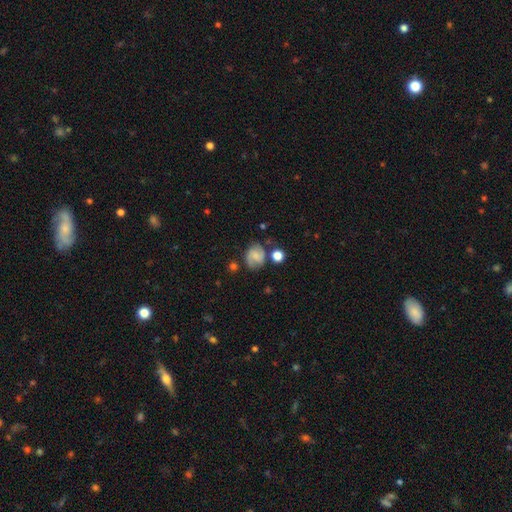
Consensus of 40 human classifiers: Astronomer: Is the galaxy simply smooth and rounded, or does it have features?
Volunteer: featured or disk — 60%.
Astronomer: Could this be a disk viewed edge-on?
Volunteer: no — 100%.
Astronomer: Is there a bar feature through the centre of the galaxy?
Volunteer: no — 38% (runner-up: weak, 33%).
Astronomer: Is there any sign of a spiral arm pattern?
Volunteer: yes — 79%.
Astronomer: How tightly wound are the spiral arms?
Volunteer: medium — 63%.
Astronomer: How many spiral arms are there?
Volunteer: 2 — 89%.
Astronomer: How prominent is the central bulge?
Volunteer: none — 50%.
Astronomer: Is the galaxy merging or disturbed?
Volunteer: none — 78%.